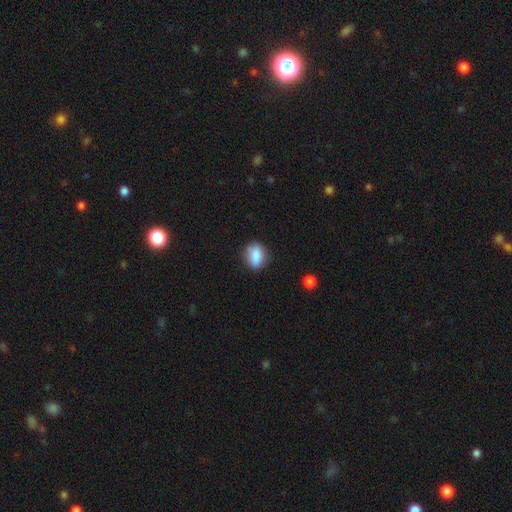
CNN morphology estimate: Overall: smooth (86%). How rounded: in between (63%; round 35%). Merging: none (81%).